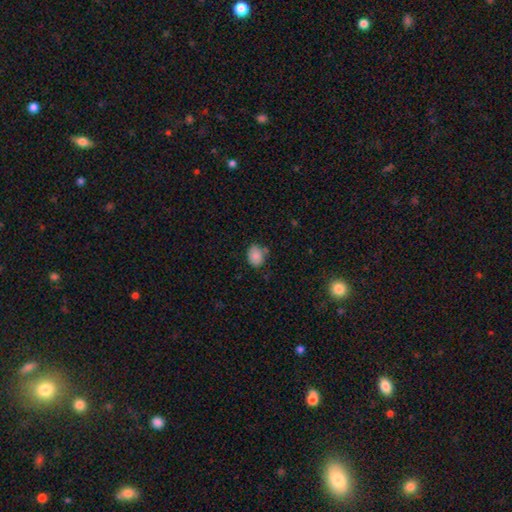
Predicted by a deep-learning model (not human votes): A smooth galaxy with no disk features (85%) that is in between round and cigar-shaped (56%).

Vote fractions:
- Smooth or featured? smooth: 85% / star or artifact: 9% / featured or disk: 6%
- How rounded? in between: 56% / round: 43% / cigar-shaped: 1%
- Merging? none: 65% / minor disturbance: 24% / merger: 6% / major disturbance: 5%